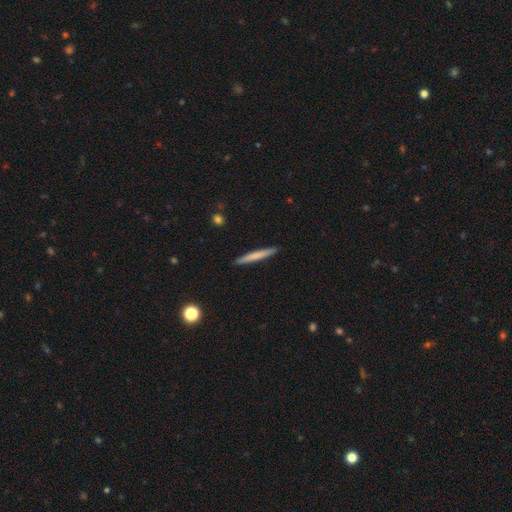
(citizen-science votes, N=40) Smooth or featured? 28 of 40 (70%) said smooth. How rounded? 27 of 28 (96%) said cigar-shaped. Merging? 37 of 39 (95%) said none.